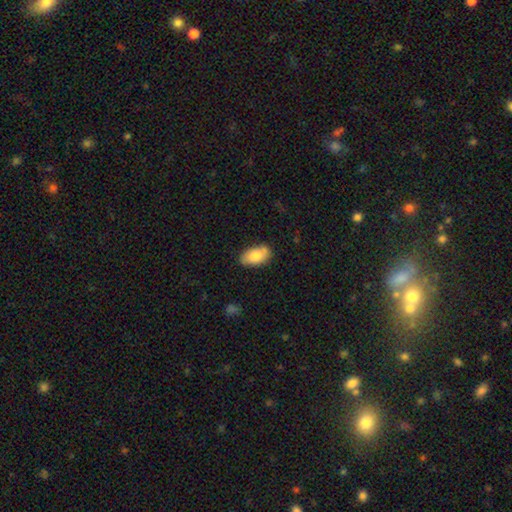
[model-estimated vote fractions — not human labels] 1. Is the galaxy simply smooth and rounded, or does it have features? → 78% smooth, 16% featured or disk, 7% star or artifact.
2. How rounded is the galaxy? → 94% in between, 4% round, 2% cigar-shaped.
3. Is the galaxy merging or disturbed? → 74% none, 18% minor disturbance, 5% merger, 3% major disturbance.